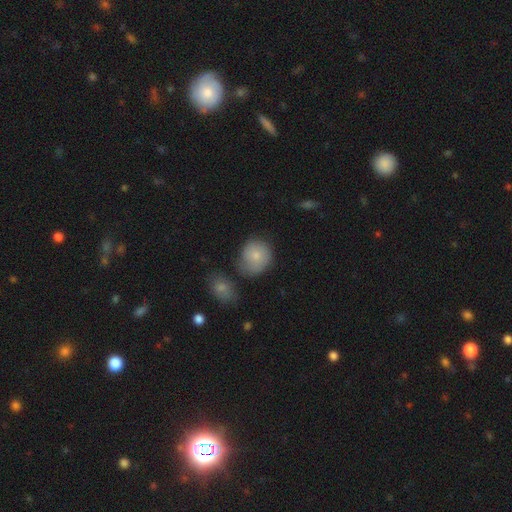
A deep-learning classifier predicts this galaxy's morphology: smooth-or-featured: smooth: 80% | featured or disk: 13% | star or artifact: 7%
  how-rounded: round: 78% | in between: 21% | cigar-shaped: 1%
  merging: none: 58% | minor disturbance: 22% | merger: 14% | major disturbance: 6%